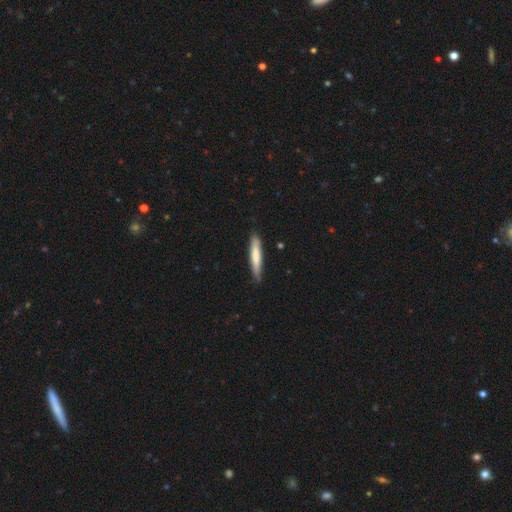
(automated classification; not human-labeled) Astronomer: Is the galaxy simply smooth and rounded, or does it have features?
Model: smooth — 71%.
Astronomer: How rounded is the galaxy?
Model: cigar-shaped — 92%.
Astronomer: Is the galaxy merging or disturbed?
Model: none — 84%.